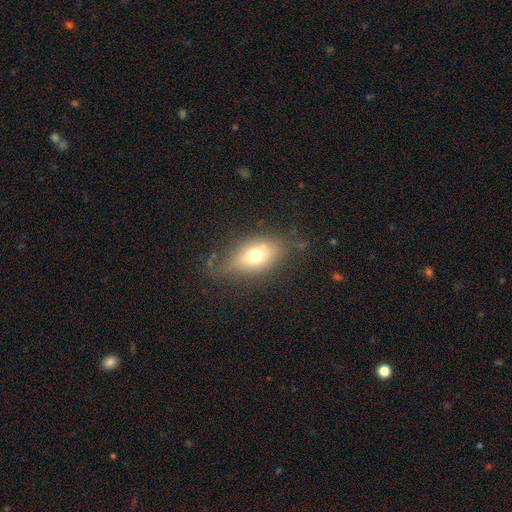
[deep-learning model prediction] smooth-or-featured: smooth: 63% | featured or disk: 26% | star or artifact: 11%
  how-rounded: in between: 79% | round: 14% | cigar-shaped: 7%
  merging: none: 68% | minor disturbance: 21% | major disturbance: 9% | merger: 2%